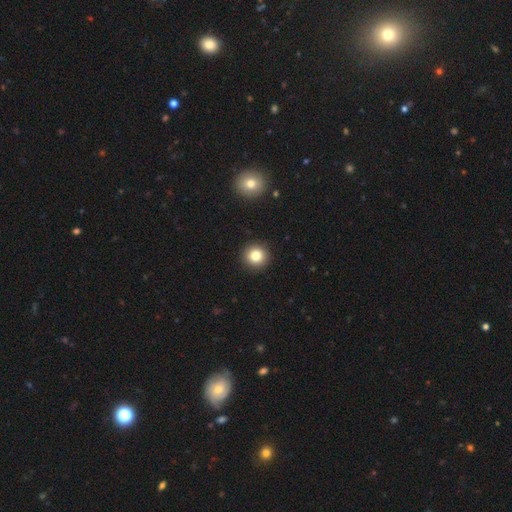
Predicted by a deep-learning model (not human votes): Q: Smooth or featured?
A: smooth (82%); runner-up: star or artifact (11%)
Q: How rounded?
A: round (93%); runner-up: in between (6%)
Q: Merging?
A: none (92%); runner-up: minor disturbance (5%)